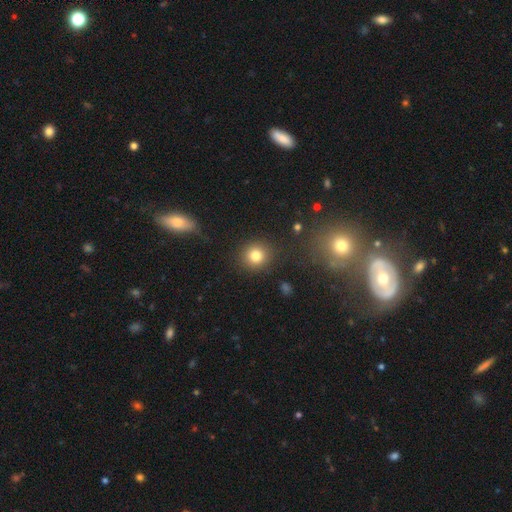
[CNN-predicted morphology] The model was most divided on "smooth or featured": smooth: 81%, star or artifact: 12%, featured or disk: 7%. More confident: how rounded — round (89%); merging — none (87%).